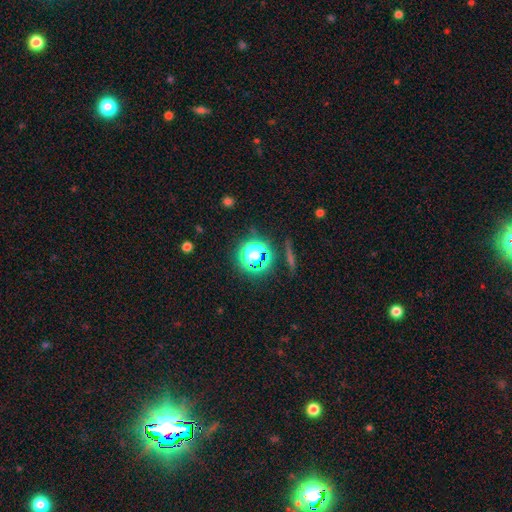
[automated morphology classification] Overall: star or artifact (72%).